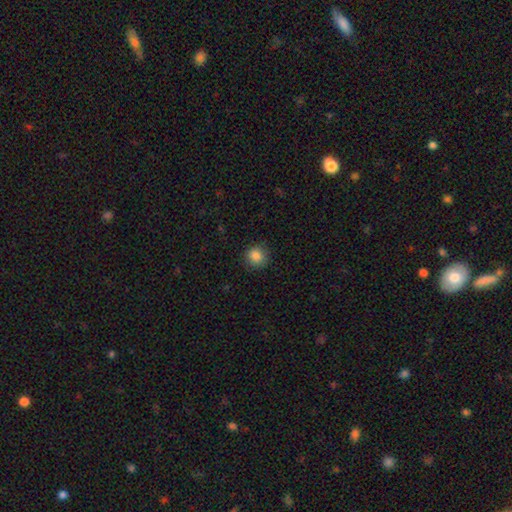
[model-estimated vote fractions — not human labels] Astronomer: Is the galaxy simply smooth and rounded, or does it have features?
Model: smooth — 86%.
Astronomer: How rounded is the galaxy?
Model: round — 92%.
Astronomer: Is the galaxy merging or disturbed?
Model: none — 87%.